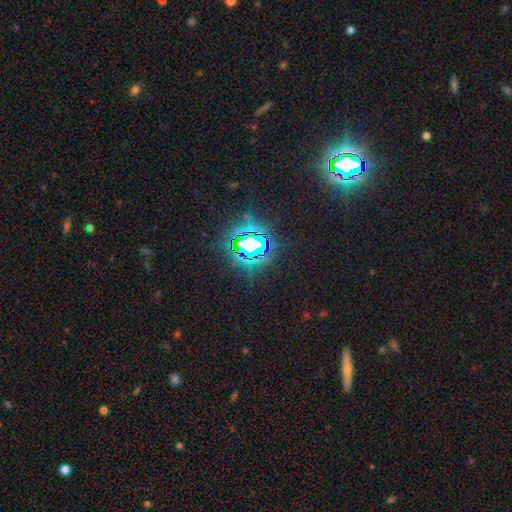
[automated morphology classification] A star or artifact, not a galaxy (78%).

Vote fractions:
- Smooth or featured? star or artifact: 78% / smooth: 13% / featured or disk: 9%